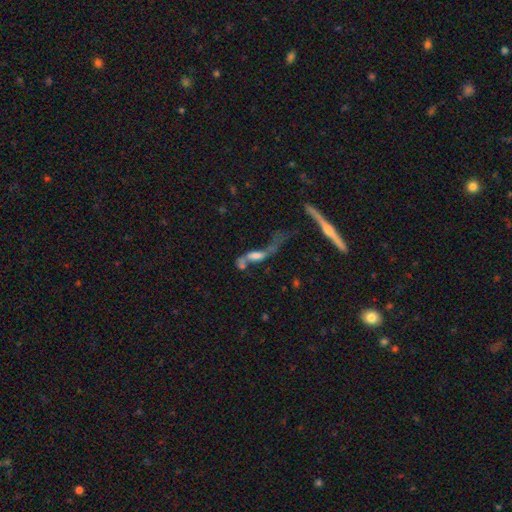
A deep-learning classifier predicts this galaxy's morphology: featured or disk 46%, smooth 40%, star or artifact 14%. Down the decision tree: merging — merger (46%).